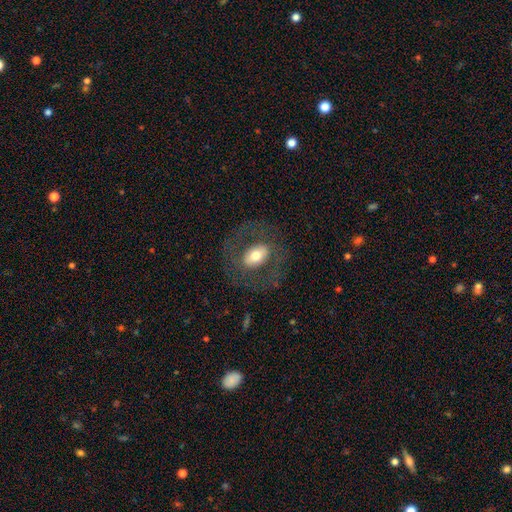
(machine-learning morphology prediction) Smooth or featured: smooth — 47% (featured or disk — 45%)
Merging: none — 70% (major disturbance — 15%)